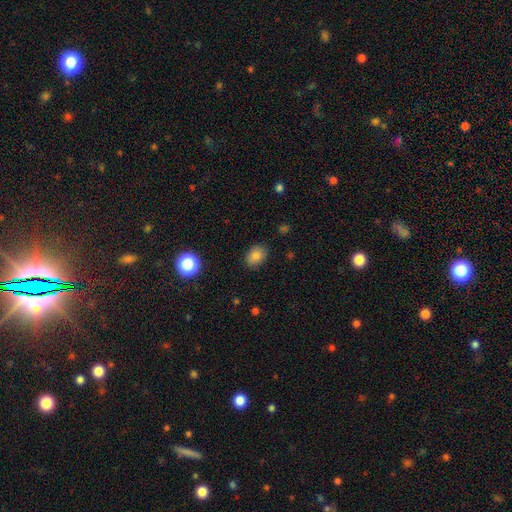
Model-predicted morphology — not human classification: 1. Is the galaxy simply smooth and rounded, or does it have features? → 83% smooth, 10% star or artifact, 7% featured or disk.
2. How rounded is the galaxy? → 71% in between, 28% round, 1% cigar-shaped.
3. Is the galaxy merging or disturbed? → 86% none, 10% minor disturbance, 3% major disturbance, 1% merger.